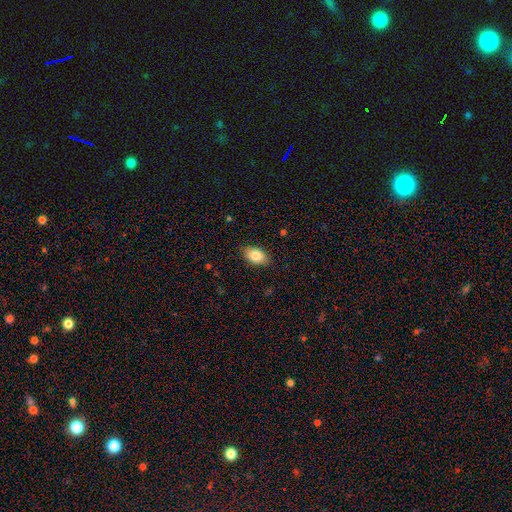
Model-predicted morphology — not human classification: smooth 84%, featured or disk 9%, star or artifact 7%. Down the decision tree: how rounded — in between (90%); merging — none (86%).